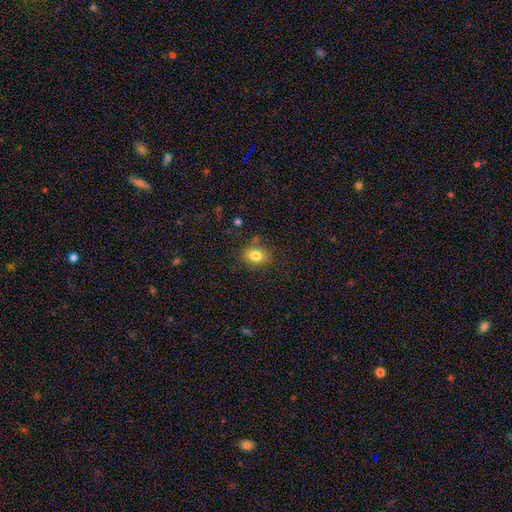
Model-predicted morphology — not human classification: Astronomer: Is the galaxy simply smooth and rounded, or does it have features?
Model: smooth — 81%.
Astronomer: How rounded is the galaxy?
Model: in between — 68%.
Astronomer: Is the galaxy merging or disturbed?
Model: none — 77%.